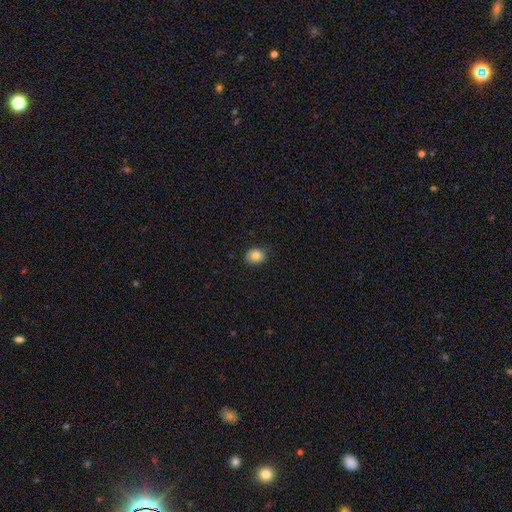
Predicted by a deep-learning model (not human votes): Smooth or featured?
  - smooth: 82% *
  - star or artifact: 9%
  - featured or disk: 9%
How rounded?
  - round: 50% *
  - in between: 49%
  - cigar-shaped: 1%
Merging?
  - none: 85% *
  - minor disturbance: 12%
  - major disturbance: 2%
  - merger: 1%